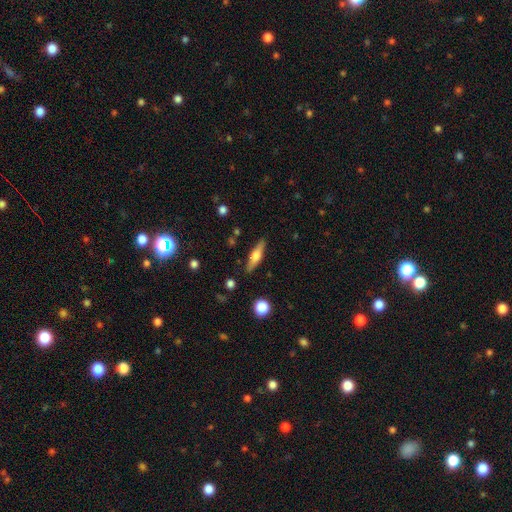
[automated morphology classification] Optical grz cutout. It shows a featured or disk galaxy (50%). Merging: none (86%).